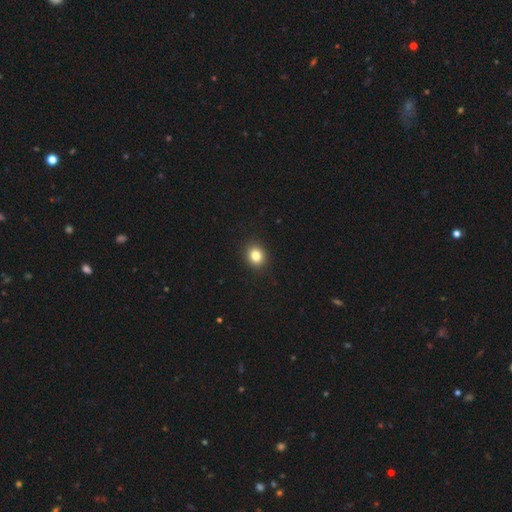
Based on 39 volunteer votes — Smooth or featured? 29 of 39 (74%) said smooth. How rounded? 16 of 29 (55%) said round. Merging? 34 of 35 (97%) said none.